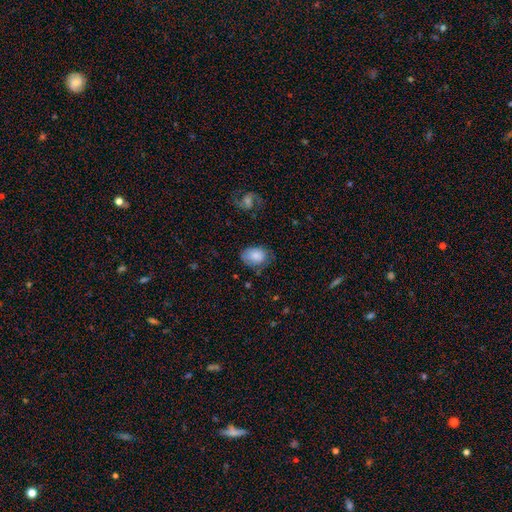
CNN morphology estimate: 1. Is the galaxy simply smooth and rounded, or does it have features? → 80% smooth, 13% featured or disk, 7% star or artifact.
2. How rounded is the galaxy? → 75% in between, 24% round, 1% cigar-shaped.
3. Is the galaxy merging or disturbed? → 60% none, 28% minor disturbance, 9% major disturbance, 2% merger.